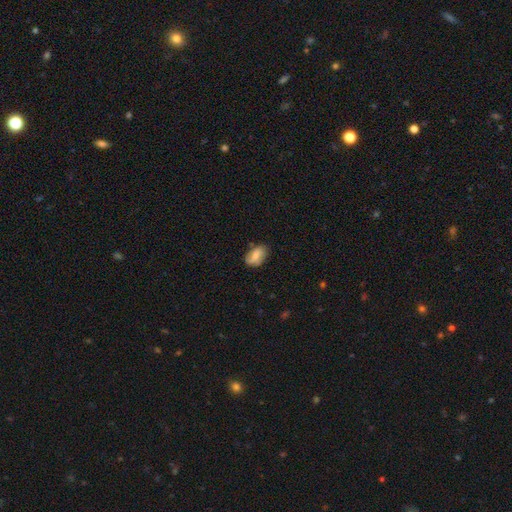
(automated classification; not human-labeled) smooth-or-featured: smooth: 65% | featured or disk: 27% | star or artifact: 8%
  how-rounded: in between: 88% | round: 9% | cigar-shaped: 2%
  merging: none: 68% | minor disturbance: 25% | major disturbance: 6% | merger: 2%